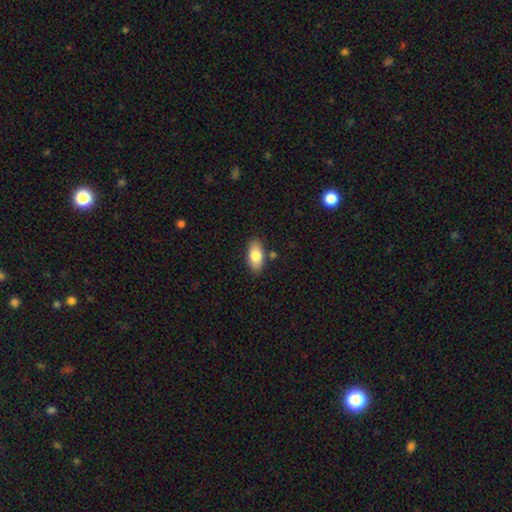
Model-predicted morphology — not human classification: smooth-or-featured: smooth: 79% | featured or disk: 14% | star or artifact: 7%
  how-rounded: in between: 90% | cigar-shaped: 7% | round: 4%
  merging: none: 83% | minor disturbance: 11% | merger: 4% | major disturbance: 2%